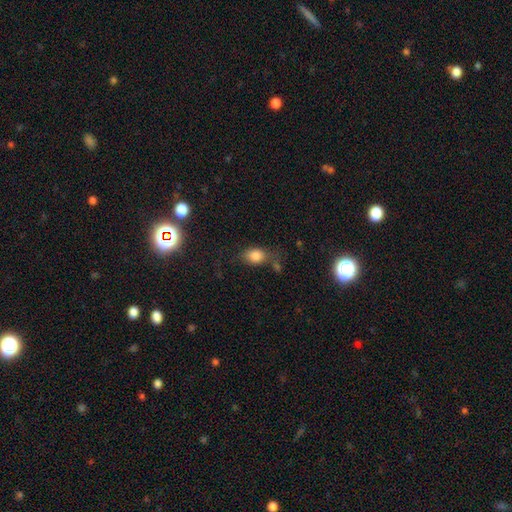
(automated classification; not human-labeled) Smooth or featured: smooth — 80% (star or artifact — 11%)
How rounded: in between — 72% (round — 25%)
Merging: none — 56% (minor disturbance — 23%)